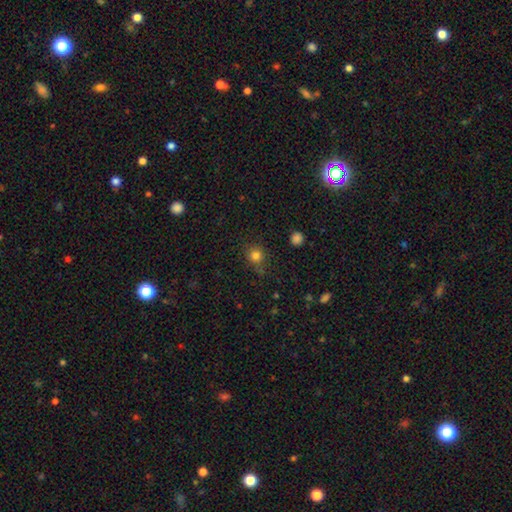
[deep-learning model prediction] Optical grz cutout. It shows a smooth galaxy with no disk features (79%) that is round (88%). Merging: none (79%).